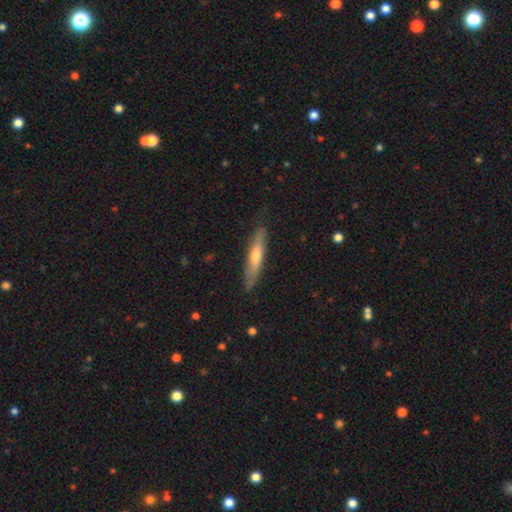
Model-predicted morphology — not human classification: Smooth or featured? smooth (52%)
How rounded? cigar-shaped (88%)
Merging? none (81%)